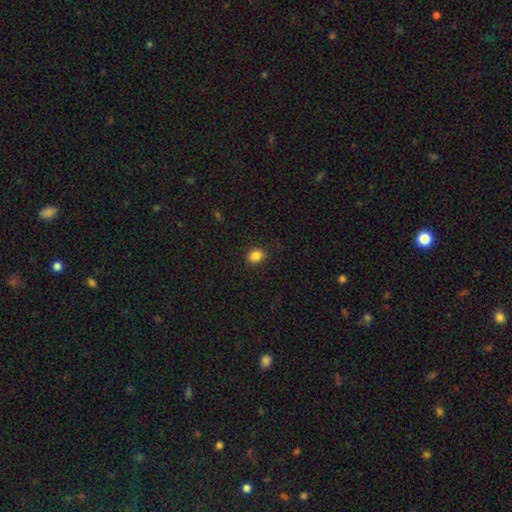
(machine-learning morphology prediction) smooth 86%, star or artifact 10%, featured or disk 4%. Down the decision tree: how rounded — round (52%); merging — none (88%).